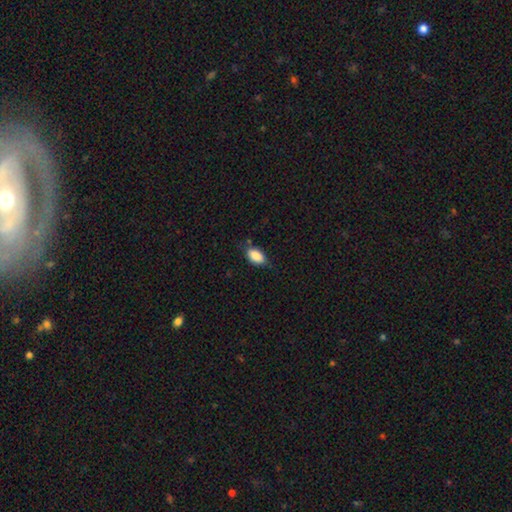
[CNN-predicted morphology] smooth_or_featured: smooth (p=0.86) [alt: star or artifact p=0.07]
how_rounded: in between (p=0.91) [alt: round p=0.05]
merging: none (p=0.73) [alt: minor disturbance p=0.21]